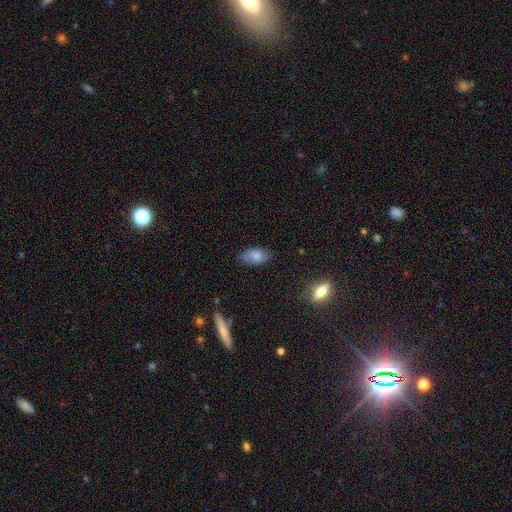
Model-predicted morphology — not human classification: Smooth or featured? Predicted: smooth (p=0.81). How rounded? Predicted: in between (p=0.92). Merging? Predicted: none (p=0.75).